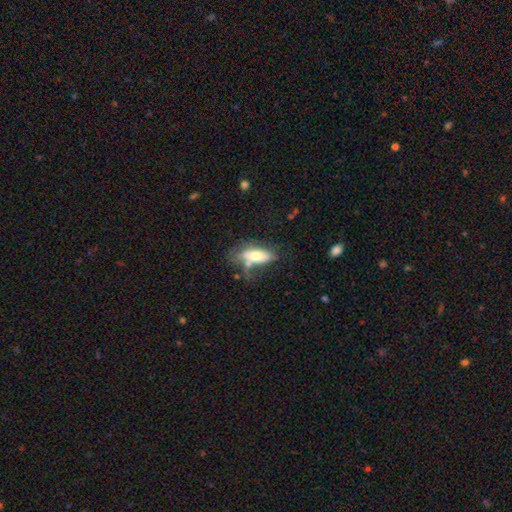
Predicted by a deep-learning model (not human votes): Smooth or featured?
  - smooth: 59% *
  - featured or disk: 34%
  - star or artifact: 7%
How rounded?
  - in between: 78% *
  - cigar-shaped: 18%
  - round: 3%
Merging?
  - none: 35% *
  - minor disturbance: 25%
  - major disturbance: 22%
  - merger: 18%